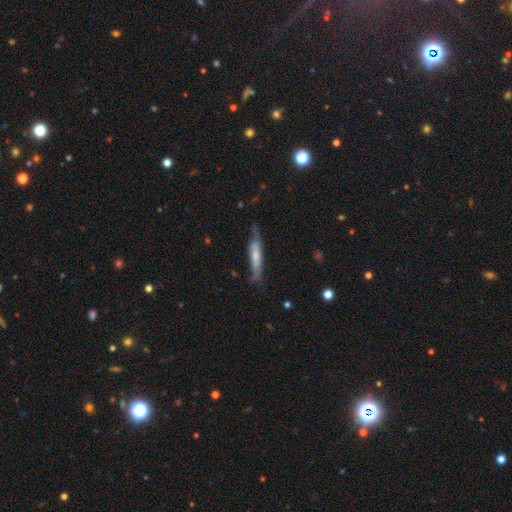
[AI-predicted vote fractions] Smooth or featured? smooth (50%)
How rounded? cigar-shaped (87%)
Merging? none (67%)